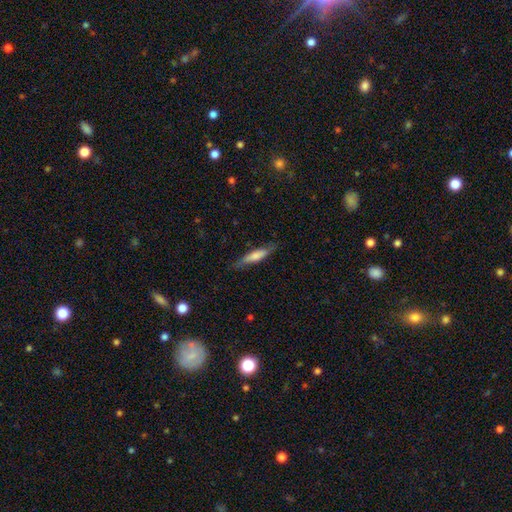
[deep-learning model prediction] smooth-or-featured: smooth: 65% | featured or disk: 30% | star or artifact: 6%
  how-rounded: cigar-shaped: 82% | in between: 17% | round: 1%
  merging: none: 79% | minor disturbance: 16% | major disturbance: 4% | merger: 1%